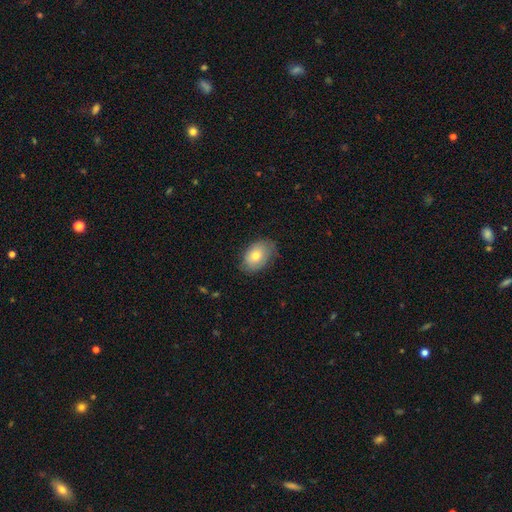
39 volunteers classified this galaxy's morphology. Smooth or featured? 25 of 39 (64%) said smooth. How rounded? 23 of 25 (92%) said in between. Merging? 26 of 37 (70%) said none.